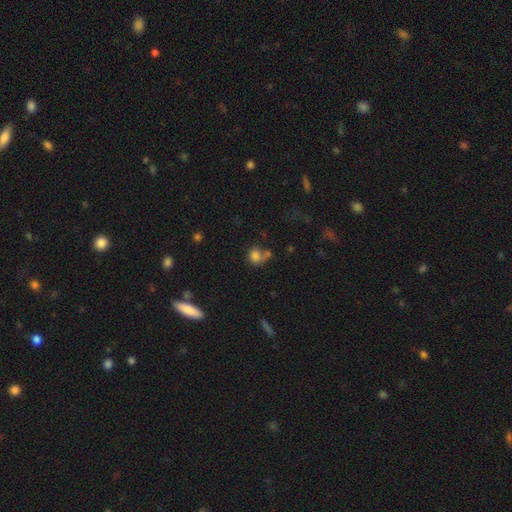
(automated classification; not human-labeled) Overall: smooth (78%). How rounded: round (76%). Merging: none (44%; merger 30%).